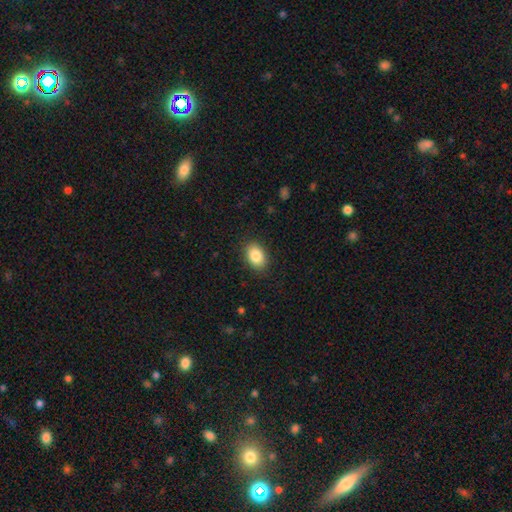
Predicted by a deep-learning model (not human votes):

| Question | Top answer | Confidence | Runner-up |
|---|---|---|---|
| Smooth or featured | smooth | 86% | star or artifact (8%) |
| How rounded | in between | 82% | round (17%) |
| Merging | none | 88% | minor disturbance (8%) |